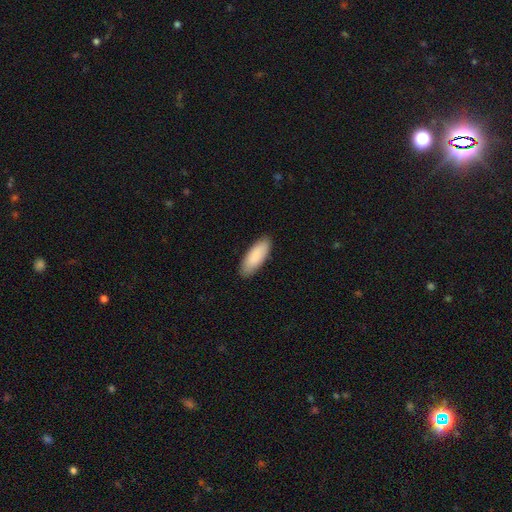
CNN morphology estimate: The model was most divided on "how rounded": in between: 71%, cigar-shaped: 28%, round: 1%. More confident: smooth or featured — smooth (89%); merging — none (88%).